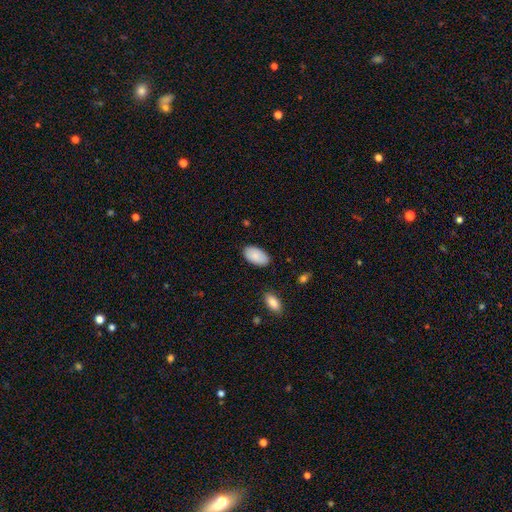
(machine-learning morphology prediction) Smooth or featured?
  - smooth: 88% *
  - featured or disk: 6%
  - star or artifact: 6%
How rounded?
  - in between: 96% *
  - round: 3%
  - cigar-shaped: 1%
Merging?
  - none: 85% *
  - minor disturbance: 11%
  - major disturbance: 2%
  - merger: 1%